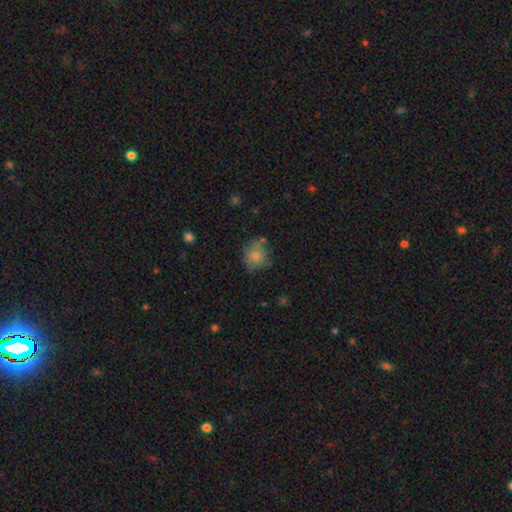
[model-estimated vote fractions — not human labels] The model was most divided on "merging": none: 59%, minor disturbance: 26%, major disturbance: 10%, merger: 6%. More confident: how rounded — round (76%); smooth or featured — smooth (73%).